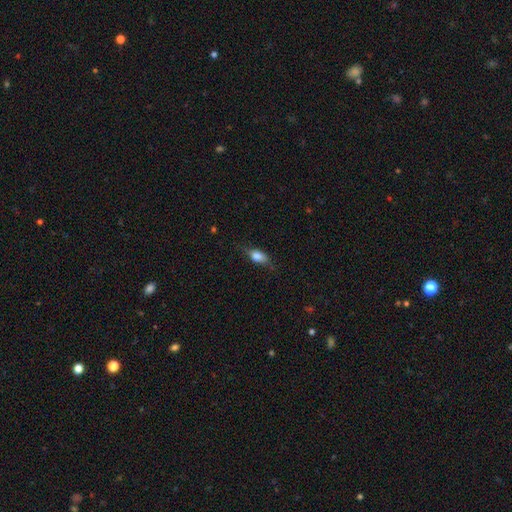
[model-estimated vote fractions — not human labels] smooth_or_featured: smooth (p=0.78) [alt: featured or disk p=0.14]
how_rounded: in between (p=0.82) [alt: cigar-shaped p=0.10]
merging: none (p=0.68) [alt: minor disturbance p=0.24]